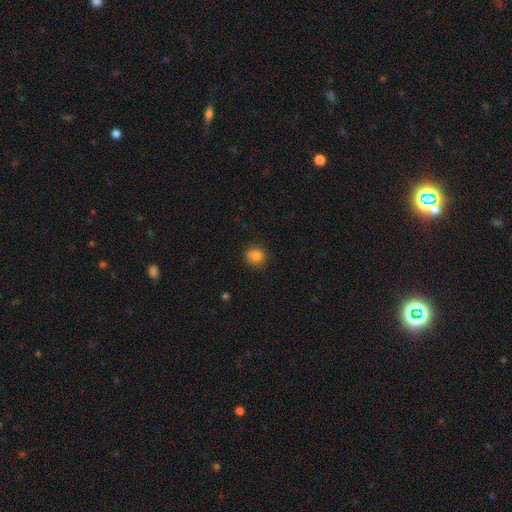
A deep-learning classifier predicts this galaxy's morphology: A smooth galaxy with no disk features (83%) that is round (81%).

Vote fractions:
- Smooth or featured? smooth: 83% / star or artifact: 11% / featured or disk: 6%
- How rounded? round: 81% / in between: 18% / cigar-shaped: 1%
- Merging? none: 82% / minor disturbance: 13% / major disturbance: 3% / merger: 2%